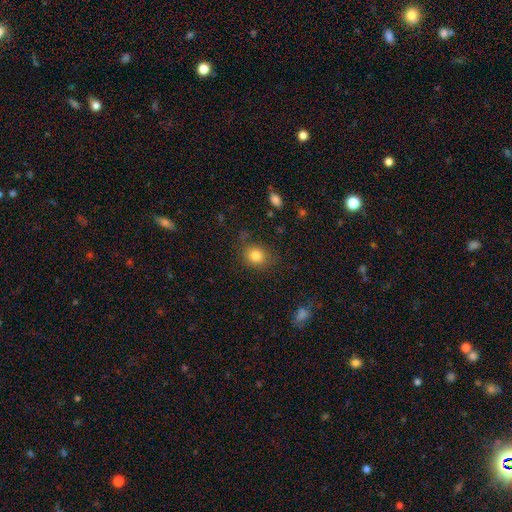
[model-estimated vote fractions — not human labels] This appears to be a smooth galaxy with no disk features (82%) that is round (71%). Merging: none (79%).